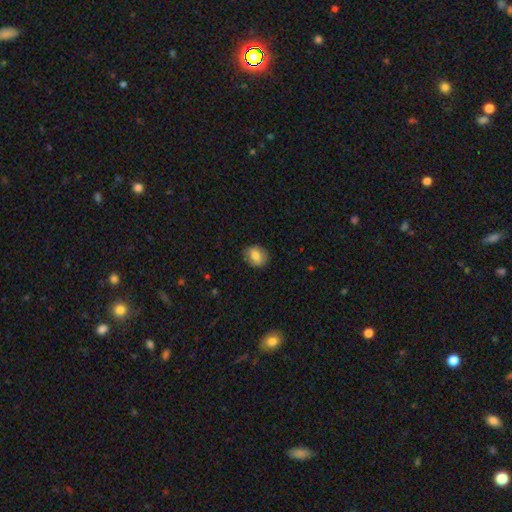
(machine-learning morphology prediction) Overall: smooth (75%). How rounded: round (53%; in between 46%). Merging: none (85%).